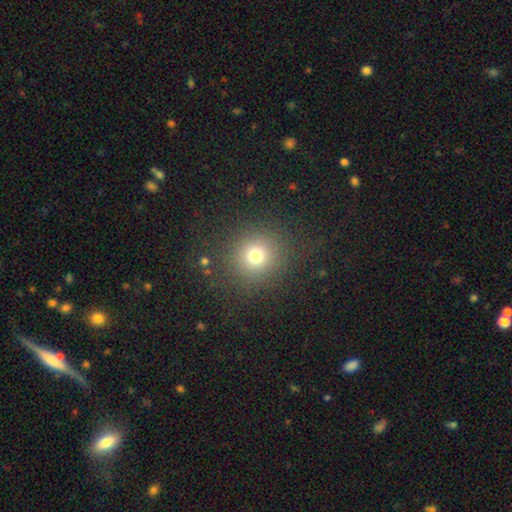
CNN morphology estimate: smooth_or_featured: smooth (p=0.73) [alt: star or artifact p=0.18]
how_rounded: round (p=0.91) [alt: in between p=0.08]
merging: none (p=0.86) [alt: minor disturbance p=0.08]